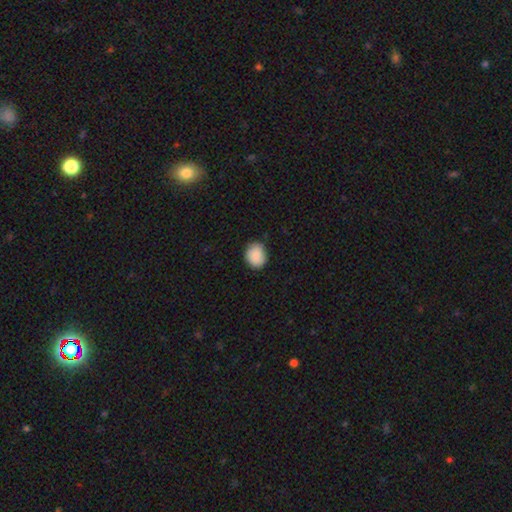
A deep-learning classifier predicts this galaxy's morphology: Smooth or featured? Predicted: smooth (p=0.87). How rounded? Predicted: round (p=0.67). Merging? Predicted: none (p=0.80).